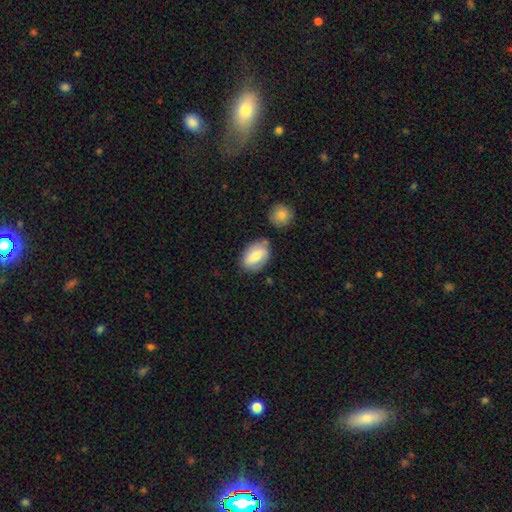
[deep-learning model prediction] The model was most divided on "smooth or featured": smooth: 59%, featured or disk: 35%, star or artifact: 7%. More confident: how rounded — in between (86%); merging — none (70%).